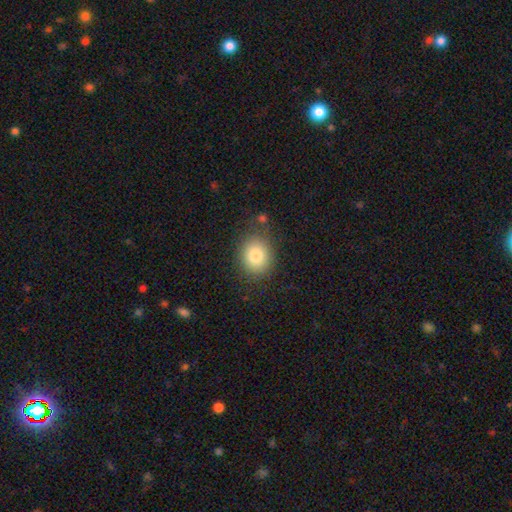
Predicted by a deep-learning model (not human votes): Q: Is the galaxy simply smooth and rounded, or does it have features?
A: smooth — 81%.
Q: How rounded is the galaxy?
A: round — 63%.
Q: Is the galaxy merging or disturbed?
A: none — 78%.